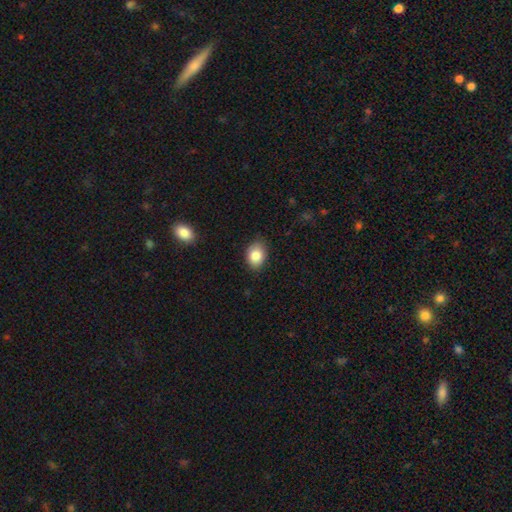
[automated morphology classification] A smooth galaxy with no disk features (85%) that is in between round and cigar-shaped (71%). Merging: none (81%).